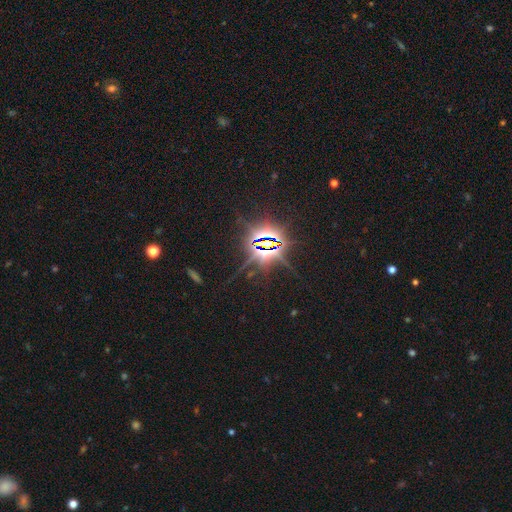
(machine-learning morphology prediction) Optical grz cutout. It shows a star or artifact, not a galaxy (87%).